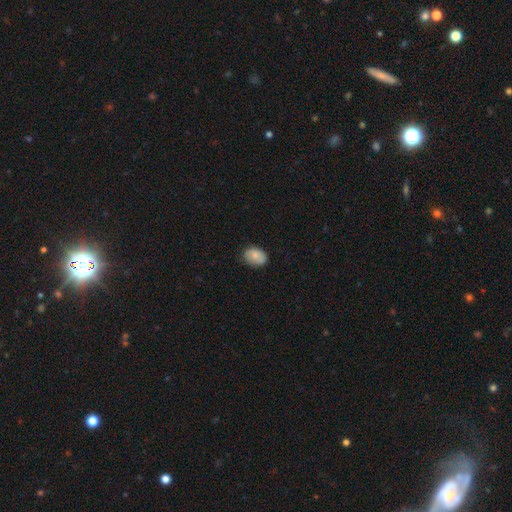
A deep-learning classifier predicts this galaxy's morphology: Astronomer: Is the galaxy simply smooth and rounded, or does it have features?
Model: smooth — 83%.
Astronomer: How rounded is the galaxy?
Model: in between — 81%.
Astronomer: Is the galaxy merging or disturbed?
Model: none — 81%.